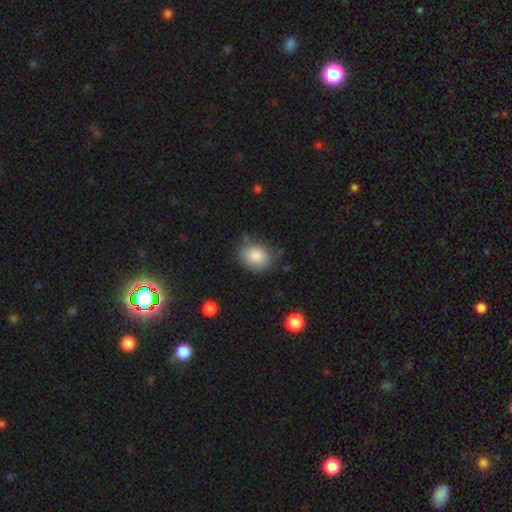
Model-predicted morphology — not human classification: Smooth or featured? smooth (86%)
How rounded? in between (51%)
Merging? none (70%)